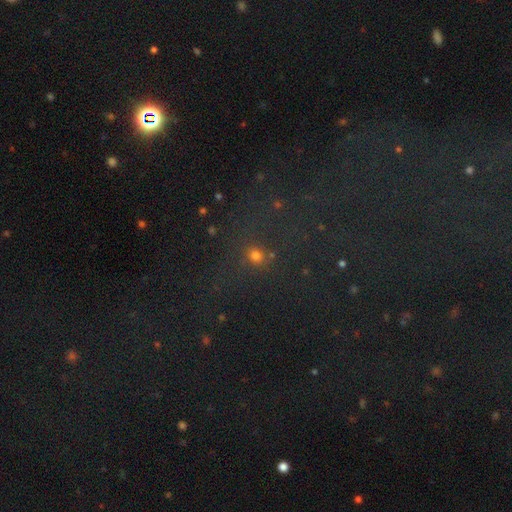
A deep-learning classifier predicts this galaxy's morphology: Smooth or featured? Predicted: smooth (p=0.65). How rounded? Predicted: round (p=0.83). Merging? Predicted: none (p=0.76).